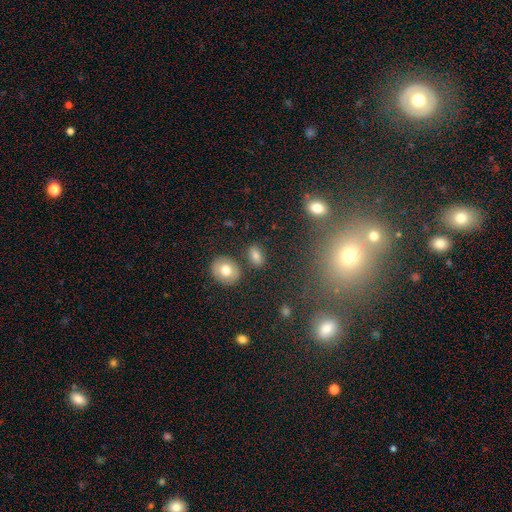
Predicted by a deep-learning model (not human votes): This is likely a smooth galaxy (78%). How rounded: clearly in between (80%). Merging: likely none (80%).